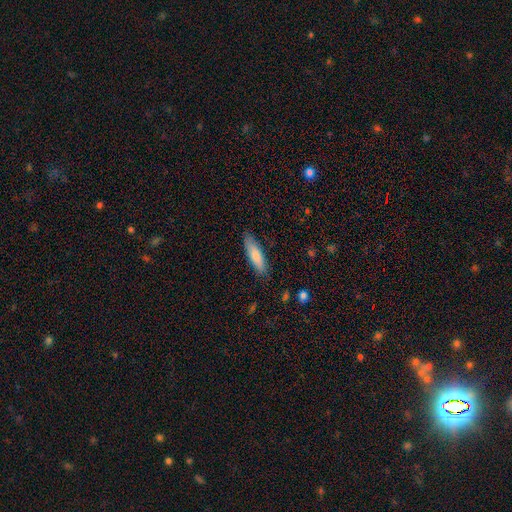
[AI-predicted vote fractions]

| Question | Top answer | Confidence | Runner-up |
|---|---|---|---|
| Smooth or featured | smooth | 78% | featured or disk (17%) |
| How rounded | cigar-shaped | 58% | in between (41%) |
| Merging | none | 83% | minor disturbance (13%) |